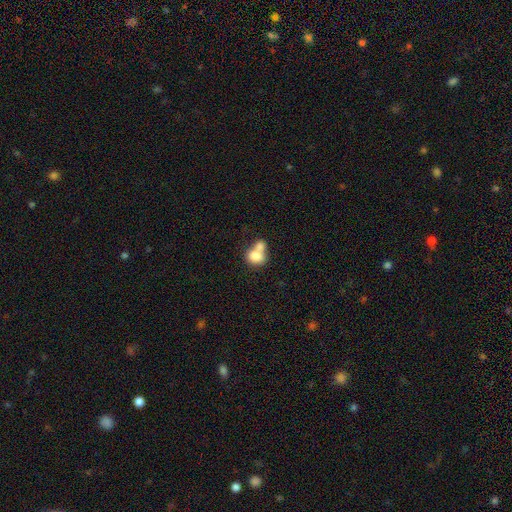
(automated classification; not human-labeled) The model was most divided on "how rounded": in between: 53%, round: 46%, cigar-shaped: 1%. More confident: smooth or featured — smooth (78%); merging — merger (65%).